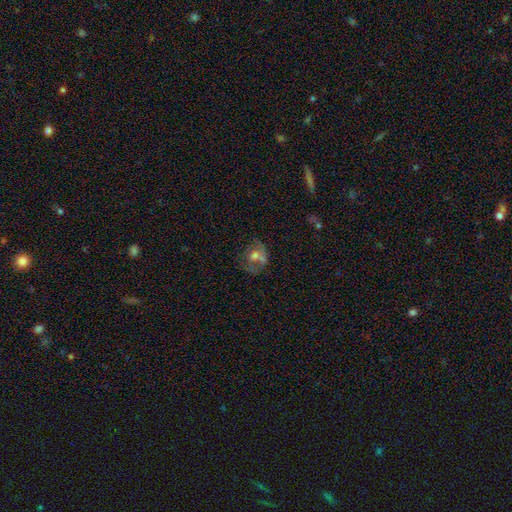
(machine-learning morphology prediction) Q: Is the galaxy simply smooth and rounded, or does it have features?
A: featured or disk — 47%.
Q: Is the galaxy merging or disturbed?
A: none — 42%.